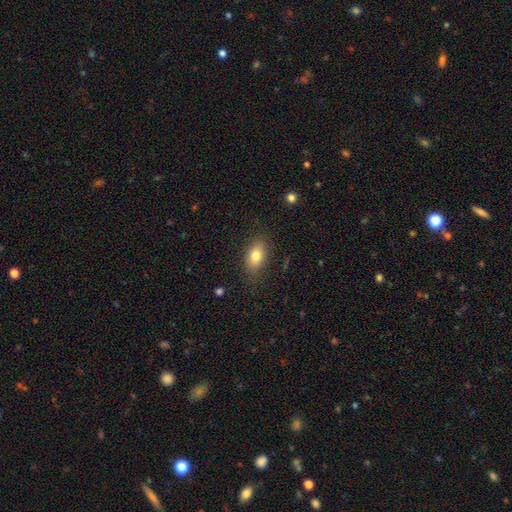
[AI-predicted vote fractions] A smooth galaxy with no disk features (78%) that is in between round and cigar-shaped (86%). Merging: none (83%).